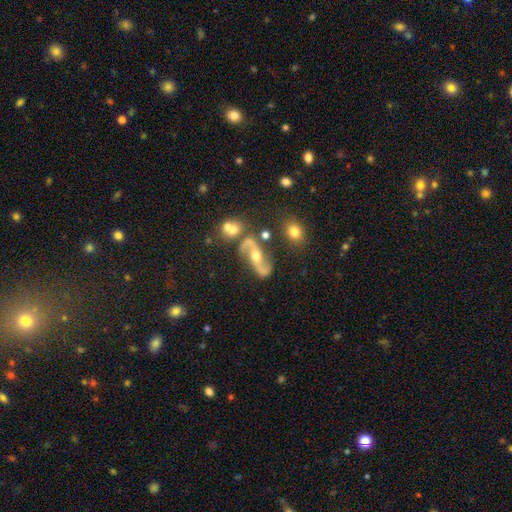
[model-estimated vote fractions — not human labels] Smooth or featured: featured or disk — 81% (smooth — 10%)
Edge-on disk: no — 93% (yes — 7%)
Bar: no — 49% (weak — 32%)
Spiral arms: yes — 92% (no — 8%)
Spiral winding: loose — 61% (medium — 29%)
Spiral arm count: 2 — 92% (can't tell — 3%)
Bulge size: moderate — 64% (small — 28%)
Merging: none — 62% (minor disturbance — 16%)